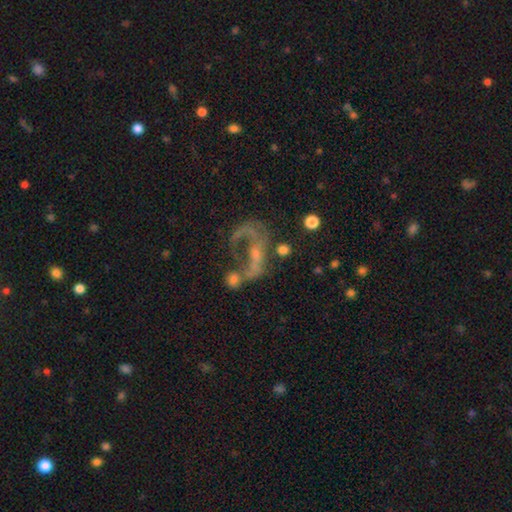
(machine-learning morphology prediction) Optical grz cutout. It shows a featured or disk galaxy (67%) with no bar (65%), spiral arms (50%, tied with no) and a small central bulge (47%). Merging: major disturbance (40%).